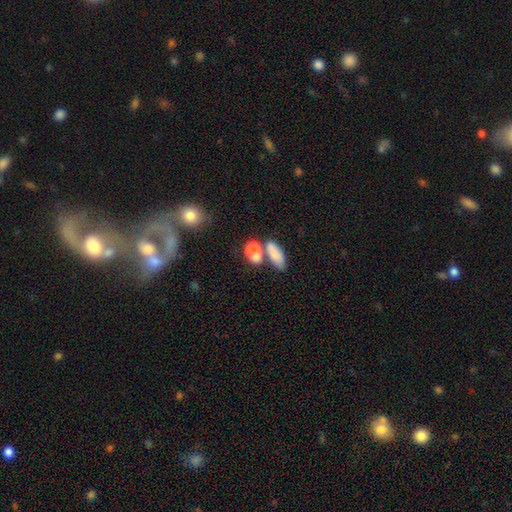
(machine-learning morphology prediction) A smooth galaxy with no disk features (78%) that is in between round and cigar-shaped (76%). Merging: merger (46%).